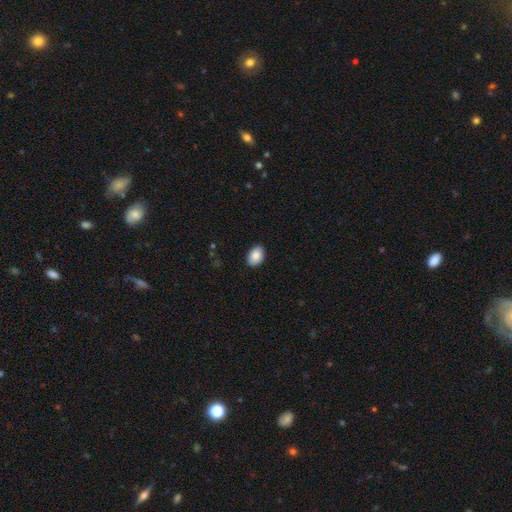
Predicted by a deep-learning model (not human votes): smooth 87%, star or artifact 7%, featured or disk 6%. Down the decision tree: how rounded — in between (84%); merging — none (87%).